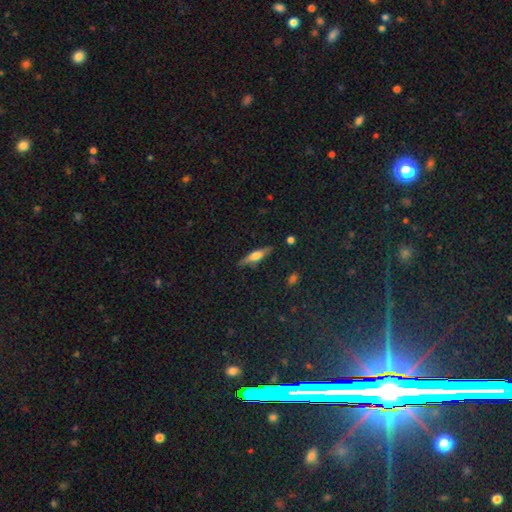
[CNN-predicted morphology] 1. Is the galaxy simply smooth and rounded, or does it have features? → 52% featured or disk, 40% smooth, 8% star or artifact.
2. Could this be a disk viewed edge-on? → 93% yes, 7% no.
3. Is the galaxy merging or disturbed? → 85% none, 11% minor disturbance, 3% major disturbance, 1% merger.